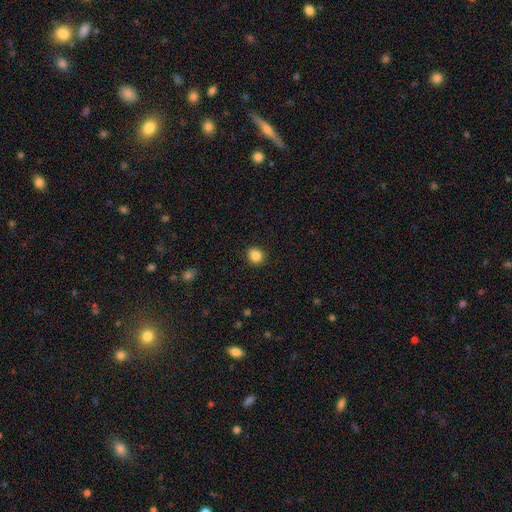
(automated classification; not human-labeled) A smooth galaxy with no disk features (85%) that is round (80%). Merging: none (89%).